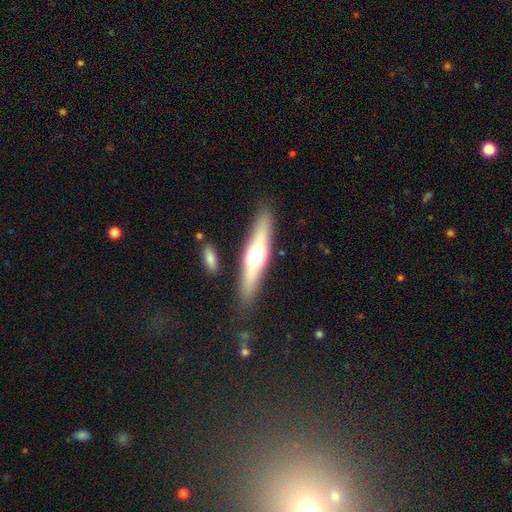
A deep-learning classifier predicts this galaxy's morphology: smooth_or_featured: featured or disk (p=0.51) [alt: smooth p=0.43]
disk_edge_on: yes (p=0.90) [alt: no p=0.10]
merging: none (p=0.86) [alt: minor disturbance p=0.09]